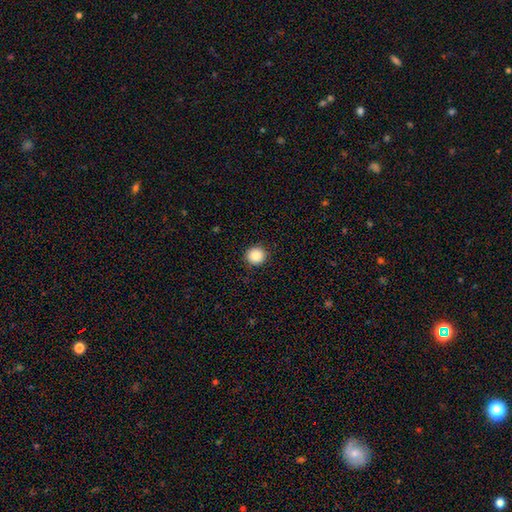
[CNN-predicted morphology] Smooth or featured: smooth — 88% (star or artifact — 9%)
How rounded: round — 92% (in between — 7%)
Merging: none — 91% (minor disturbance — 6%)